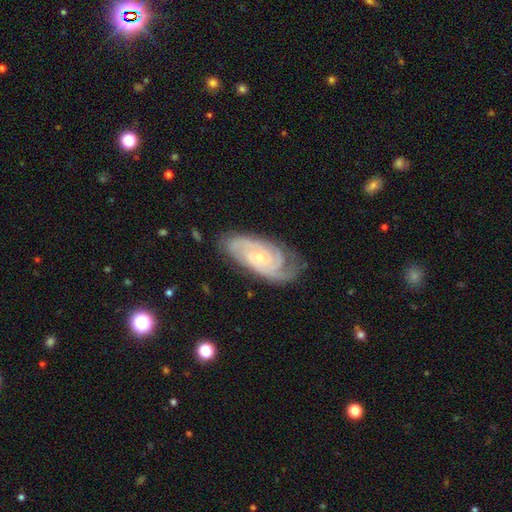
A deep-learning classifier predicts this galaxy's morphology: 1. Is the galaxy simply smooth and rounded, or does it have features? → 85% featured or disk, 9% smooth, 6% star or artifact.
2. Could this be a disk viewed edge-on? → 94% no, 6% yes.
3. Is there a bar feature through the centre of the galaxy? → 71% no, 23% weak, 6% strong.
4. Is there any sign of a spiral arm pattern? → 97% yes, 3% no.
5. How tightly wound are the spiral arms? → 67% tight, 28% medium, 5% loose.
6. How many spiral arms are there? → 43% 2, 22% 3, 21% can't tell, 6% 4, 4% 1, 4% more than 4.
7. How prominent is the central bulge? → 71% small, 25% moderate, 2% none, 1% large, 1% dominant.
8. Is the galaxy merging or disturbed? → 76% none, 18% minor disturbance, 5% major disturbance, 1% merger.